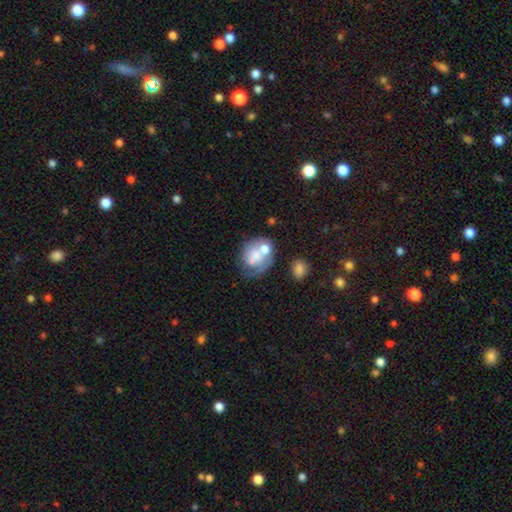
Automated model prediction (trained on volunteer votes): Q: Smooth or featured?
A: smooth (48%); runner-up: featured or disk (43%)
Q: Merging?
A: merger (33%); runner-up: none (28%)